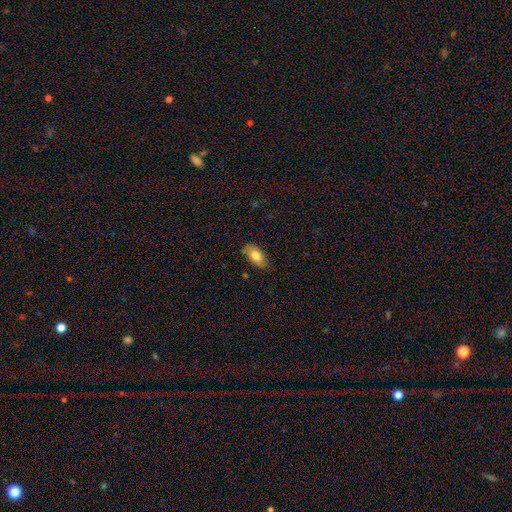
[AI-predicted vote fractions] Smooth or featured?
  - smooth: 77% *
  - featured or disk: 17%
  - star or artifact: 7%
How rounded?
  - in between: 93% *
  - round: 4%
  - cigar-shaped: 4%
Merging?
  - none: 80% *
  - minor disturbance: 16%
  - major disturbance: 3%
  - merger: 1%